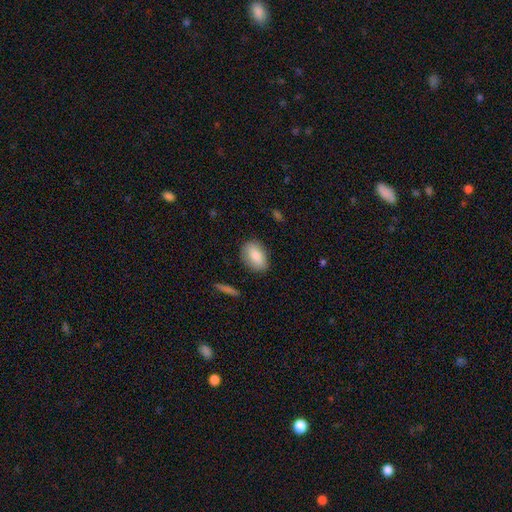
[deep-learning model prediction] smooth 82%, featured or disk 11%, star or artifact 7%. Down the decision tree: how rounded — in between (86%); merging — none (83%).